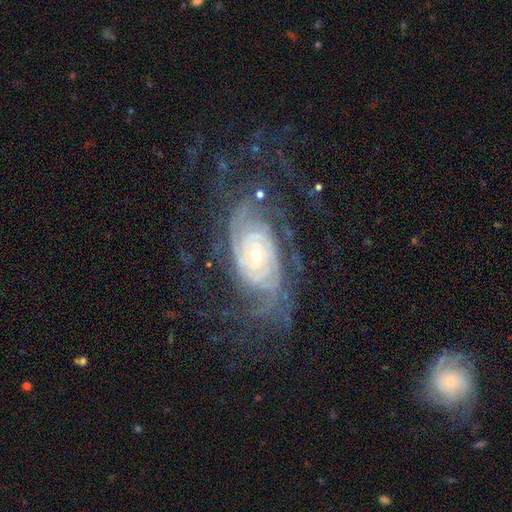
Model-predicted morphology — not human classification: Smooth or featured: featured or disk — 89% (star or artifact — 6%)
Edge-on disk: no — 95% (yes — 5%)
Bar: no — 66% (weak — 23%)
Spiral arms: yes — 98% (no — 2%)
Spiral winding: tight — 72% (medium — 22%)
Spiral arm count: can't tell — 27% (2 — 23%)
Bulge size: small — 60% (moderate — 36%)
Merging: none — 67% (minor disturbance — 16%)